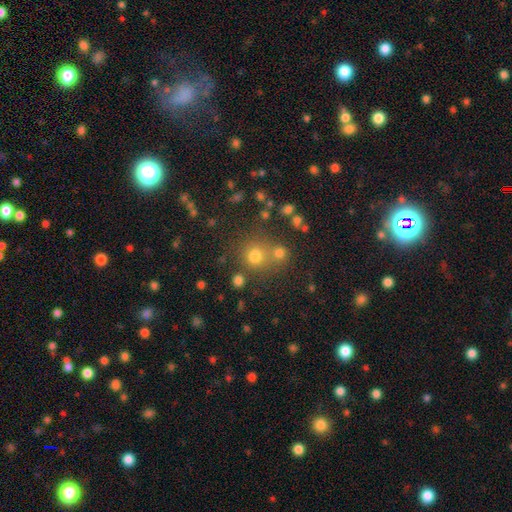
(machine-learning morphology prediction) A smooth galaxy with no disk features (68%) that is round (90%).

Vote fractions:
- Smooth or featured? smooth: 68% / star or artifact: 24% / featured or disk: 8%
- How rounded? round: 90% / in between: 9% / cigar-shaped: 1%
- Merging? none: 64% / merger: 25% / minor disturbance: 8% / major disturbance: 4%